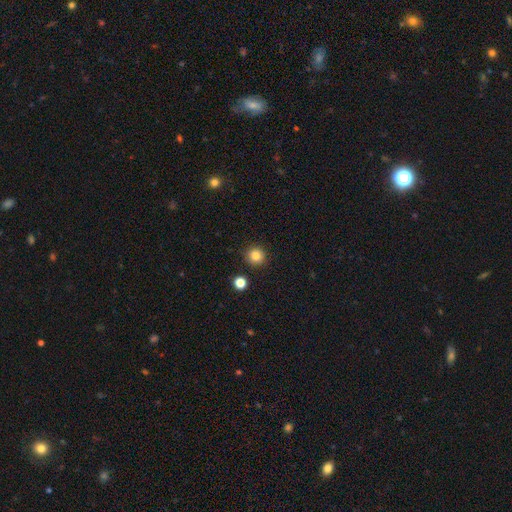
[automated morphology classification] A smooth galaxy with no disk features (84%) that is round (94%). Merging: none (90%).